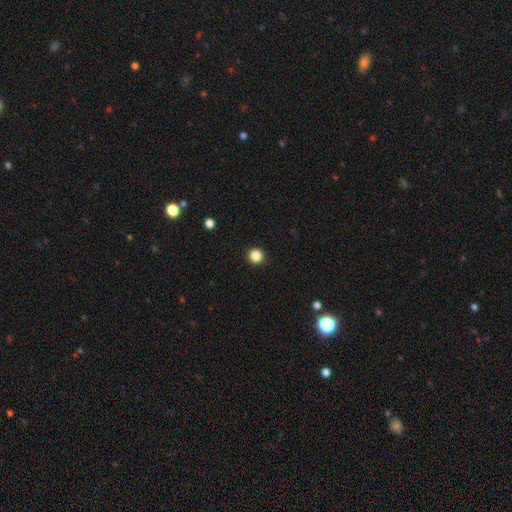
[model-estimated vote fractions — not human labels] Smooth or featured? smooth (85%)
How rounded? round (95%)
Merging? none (94%)